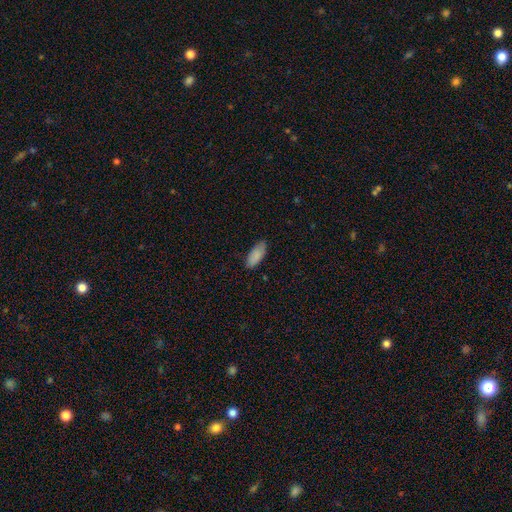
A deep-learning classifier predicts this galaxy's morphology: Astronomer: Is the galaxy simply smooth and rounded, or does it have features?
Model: smooth — 88%.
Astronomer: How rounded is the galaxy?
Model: in between — 83%.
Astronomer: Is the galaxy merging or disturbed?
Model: none — 79%.